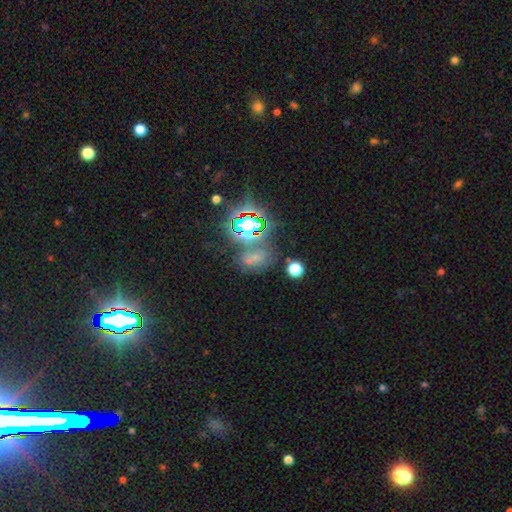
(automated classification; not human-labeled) Smooth or featured? star or artifact (47%)